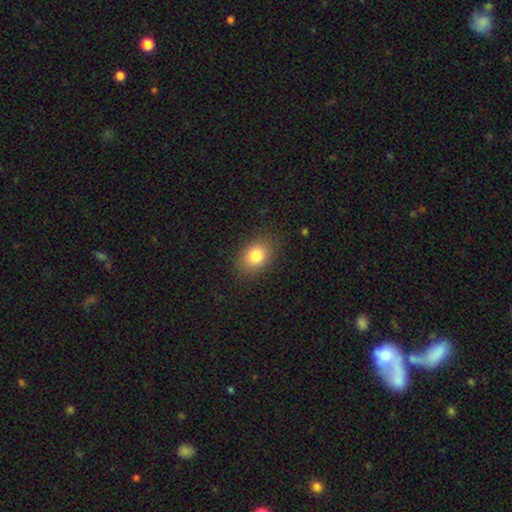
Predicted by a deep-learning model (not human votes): A smooth galaxy with no disk features (82%) that is in between round and cigar-shaped (71%).

Vote fractions:
- Smooth or featured? smooth: 82% / star or artifact: 9% / featured or disk: 9%
- How rounded? in between: 71% / round: 28% / cigar-shaped: 1%
- Merging? none: 84% / minor disturbance: 11% / major disturbance: 3% / merger: 1%